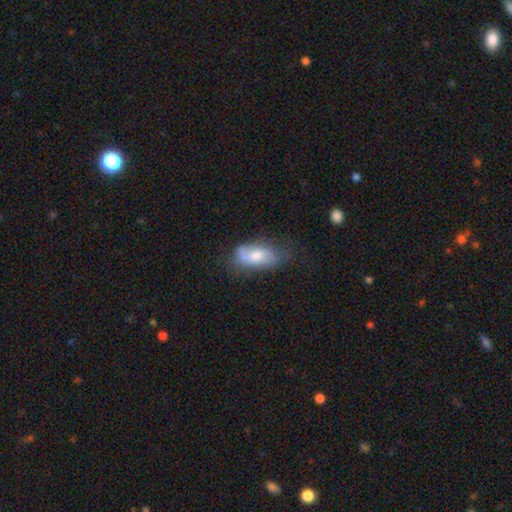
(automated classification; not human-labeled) This appears to be a smooth galaxy with no disk features (52%) that is in between round and cigar-shaped (88%). Merging: none (50%).